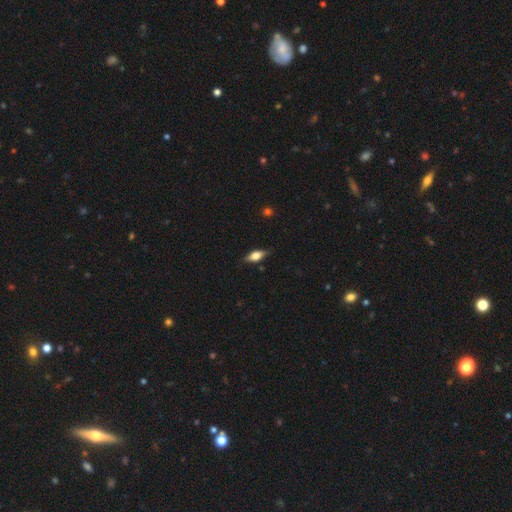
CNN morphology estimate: A smooth galaxy with no disk features (54%) that is in between round and cigar-shaped (72%). Merging: none (82%).